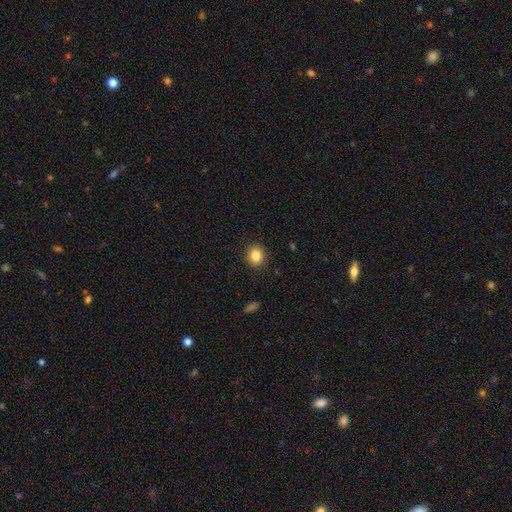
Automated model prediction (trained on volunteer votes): Morphology: type=smooth (84%); roundness=round (88%); merging=none (92%).